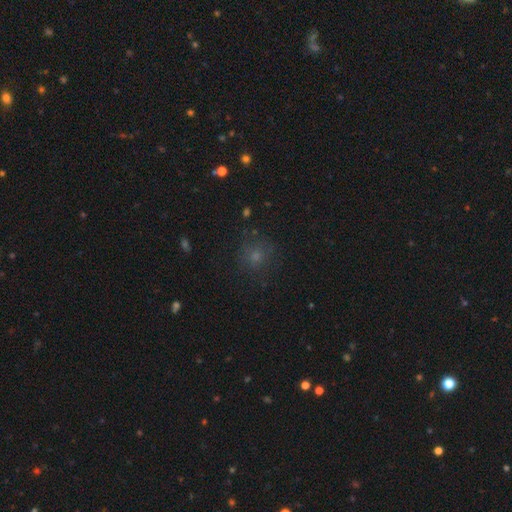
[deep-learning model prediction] A smooth galaxy with no disk features (64%) that is round (86%).

Vote fractions:
- Smooth or featured? smooth: 64% / star or artifact: 24% / featured or disk: 12%
- How rounded? round: 86% / in between: 13% / cigar-shaped: 1%
- Merging? none: 77% / minor disturbance: 14% / major disturbance: 7% / merger: 2%